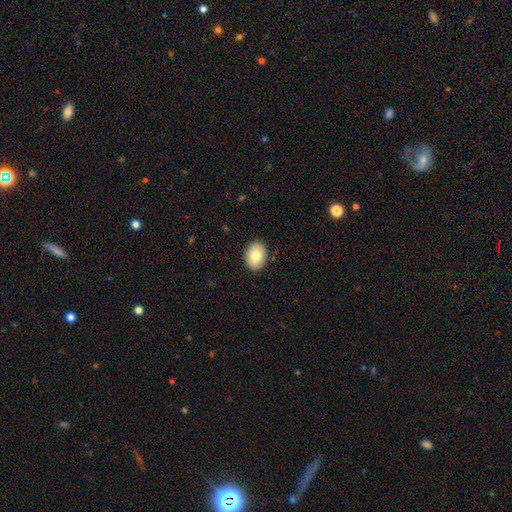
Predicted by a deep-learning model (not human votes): This appears to be a smooth galaxy with no disk features (82%) that is in between round and cigar-shaped (75%). Merging: none (90%).